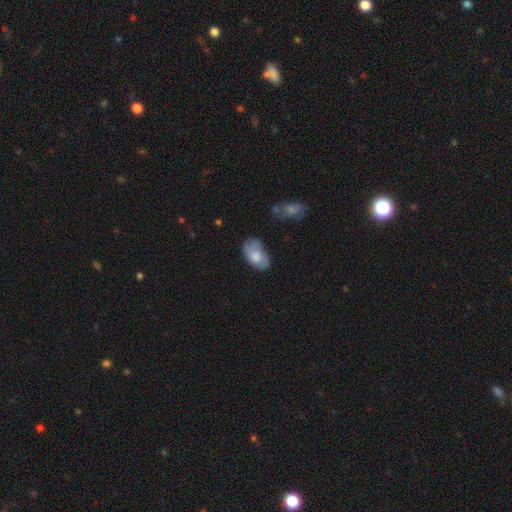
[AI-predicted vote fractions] Q: Smooth or featured?
A: smooth (73%); runner-up: featured or disk (21%)
Q: How rounded?
A: in between (93%); runner-up: round (5%)
Q: Merging?
A: none (55%); runner-up: minor disturbance (31%)